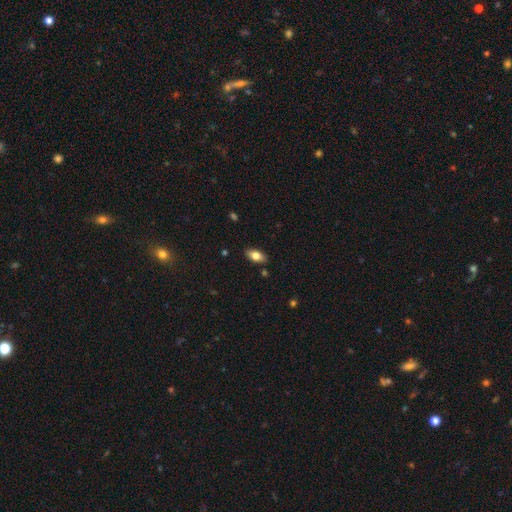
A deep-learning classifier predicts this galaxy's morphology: smooth_or_featured: smooth (p=0.78) [alt: featured or disk p=0.15]
how_rounded: in between (p=0.90) [alt: cigar-shaped p=0.06]
merging: none (p=0.87) [alt: minor disturbance p=0.10]